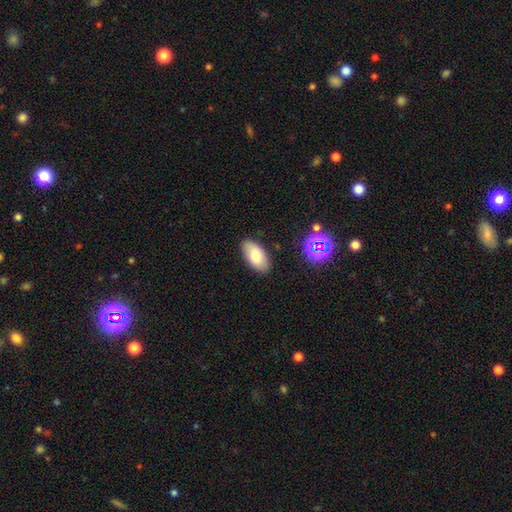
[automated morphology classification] A smooth galaxy with no disk features (78%) that is in between round and cigar-shaped (94%).

Vote fractions:
- Smooth or featured? smooth: 78% / featured or disk: 14% / star or artifact: 8%
- How rounded? in between: 94% / cigar-shaped: 3% / round: 3%
- Merging? none: 85% / minor disturbance: 11% / major disturbance: 2% / merger: 2%